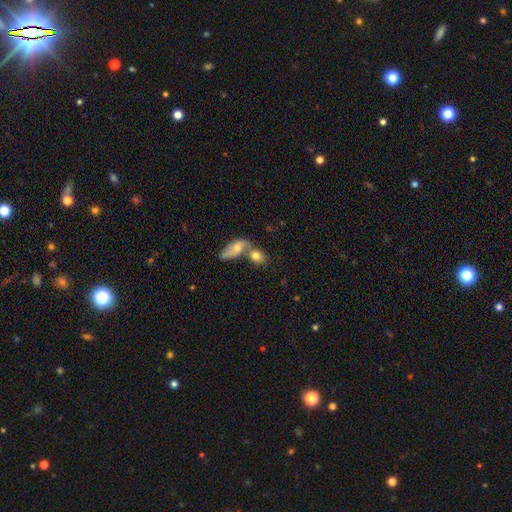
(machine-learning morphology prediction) The model was most divided on "how rounded": in between: 54%, round: 42%, cigar-shaped: 4%. More confident: smooth or featured — smooth (77%); merging — merger (56%).